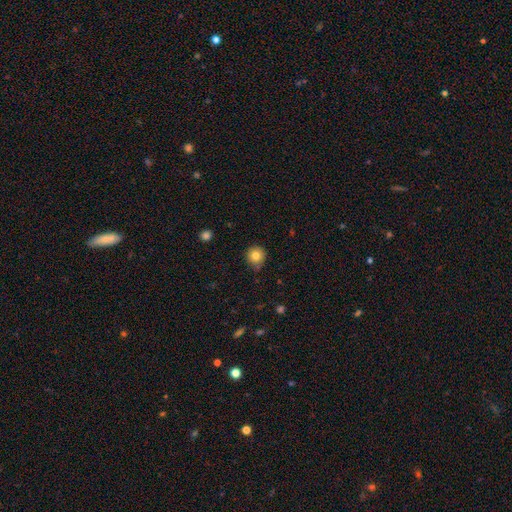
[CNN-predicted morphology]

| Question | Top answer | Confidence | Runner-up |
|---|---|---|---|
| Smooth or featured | smooth | 81% | star or artifact (11%) |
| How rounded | round | 93% | in between (6%) |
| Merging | none | 84% | minor disturbance (11%) |